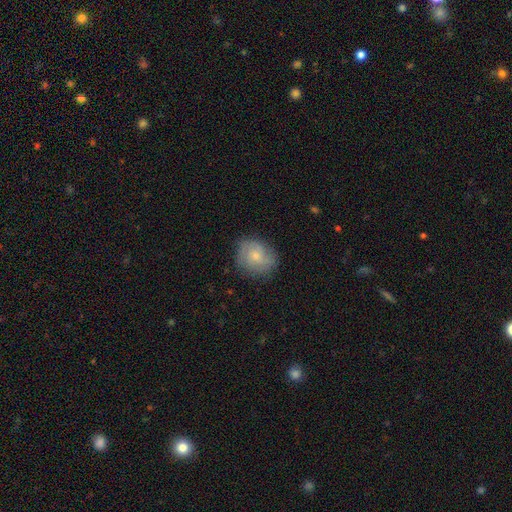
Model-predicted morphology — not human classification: Smooth or featured? smooth (52%)
How rounded? round (71%)
Merging? none (74%)